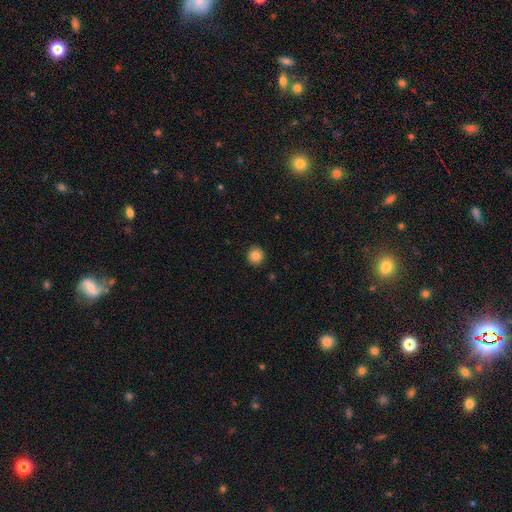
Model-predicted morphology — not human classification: Smooth or featured? smooth (84%)
How rounded? round (93%)
Merging? none (91%)